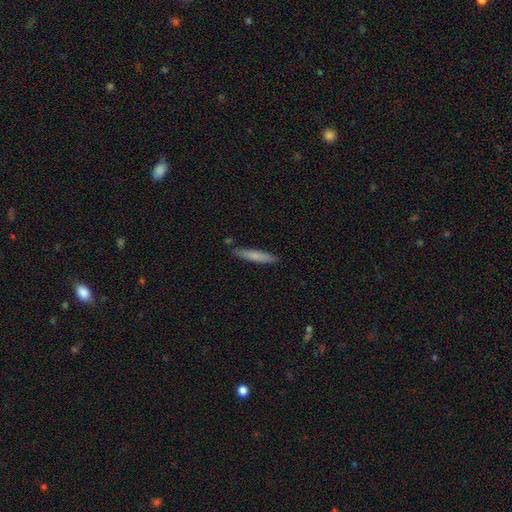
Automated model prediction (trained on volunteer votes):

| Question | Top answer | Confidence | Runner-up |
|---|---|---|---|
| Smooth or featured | smooth | 72% | featured or disk (22%) |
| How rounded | cigar-shaped | 91% | in between (7%) |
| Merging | none | 84% | minor disturbance (11%) |